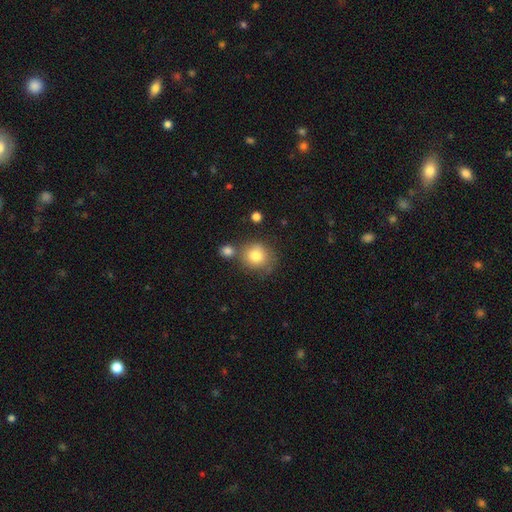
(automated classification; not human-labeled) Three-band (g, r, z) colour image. It shows a smooth galaxy with no disk features (80%) that is round (86%). Merging: none (62%).